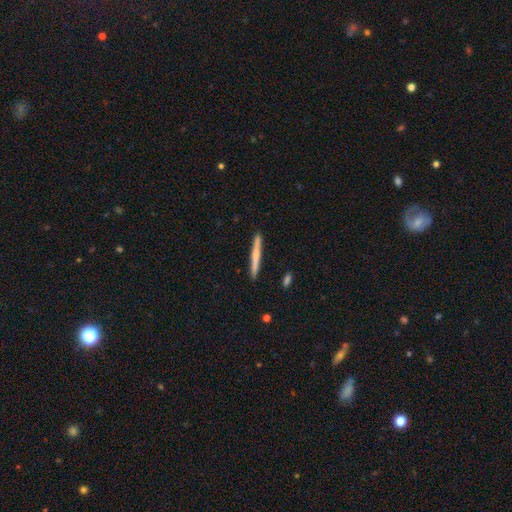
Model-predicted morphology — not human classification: Smooth or featured? Predicted: smooth (p=0.54). How rounded? Predicted: cigar-shaped (p=0.96). Merging? Predicted: none (p=0.91).